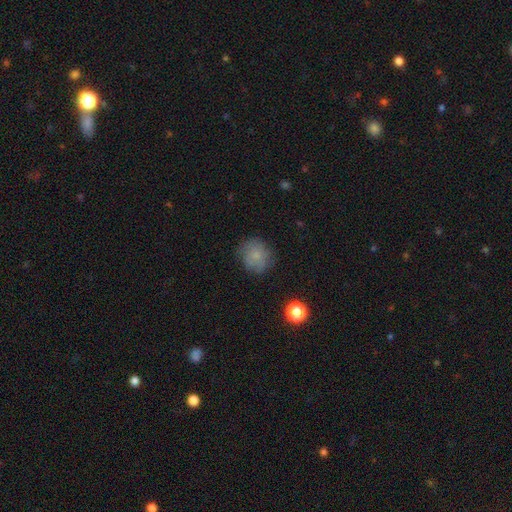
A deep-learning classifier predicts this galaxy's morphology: Smooth or featured: smooth — 75% (featured or disk — 14%)
How rounded: round — 83% (in between — 16%)
Merging: none — 70% (minor disturbance — 22%)